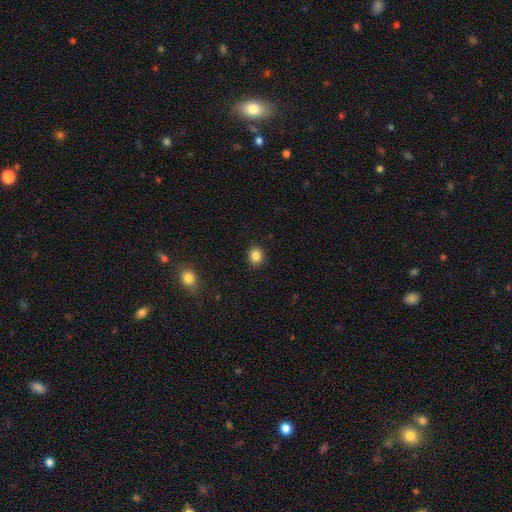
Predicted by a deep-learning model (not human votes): Smooth or featured? Predicted: smooth (p=0.85). How rounded? Predicted: round (p=0.78). Merging? Predicted: none (p=0.91).